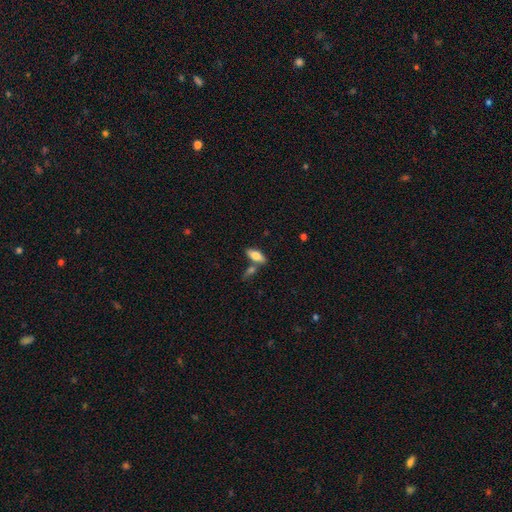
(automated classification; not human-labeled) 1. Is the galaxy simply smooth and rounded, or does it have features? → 71% smooth, 22% featured or disk, 7% star or artifact.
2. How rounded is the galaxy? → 75% in between, 22% cigar-shaped, 3% round.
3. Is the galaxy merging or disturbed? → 65% none, 20% merger, 12% minor disturbance, 3% major disturbance.